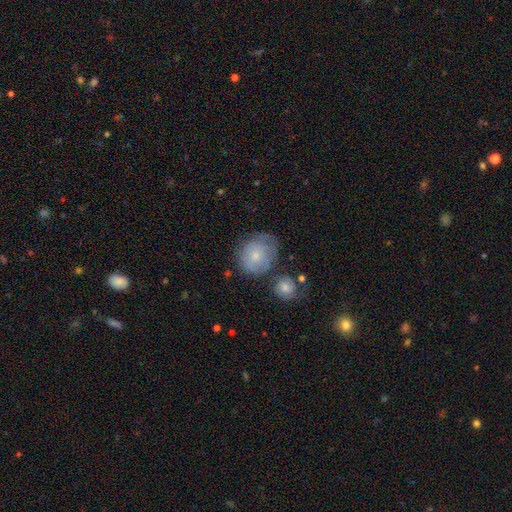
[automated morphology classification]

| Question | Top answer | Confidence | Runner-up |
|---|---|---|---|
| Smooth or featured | smooth | 65% | featured or disk (27%) |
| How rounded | round | 66% | in between (33%) |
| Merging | none | 53% | minor disturbance (27%) |